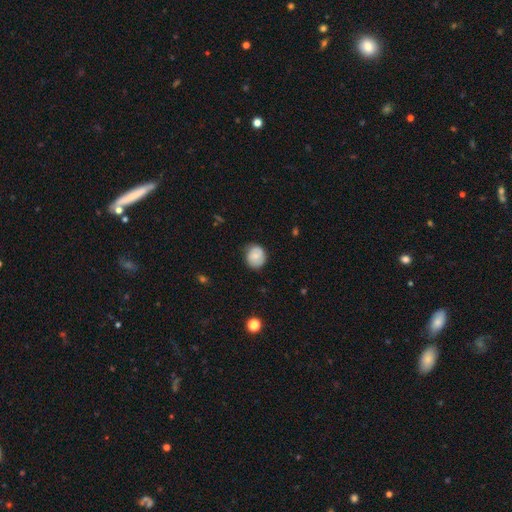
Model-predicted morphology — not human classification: Overall: smooth (71%). How rounded: round (72%). Merging: none (75%).